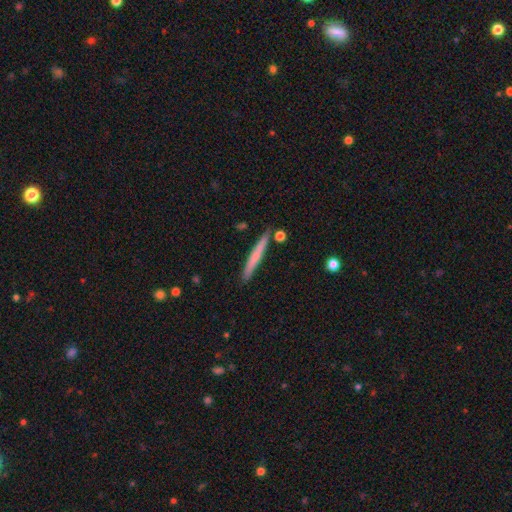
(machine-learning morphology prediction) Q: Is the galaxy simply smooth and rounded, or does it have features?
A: smooth — 58%.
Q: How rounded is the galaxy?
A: cigar-shaped — 96%.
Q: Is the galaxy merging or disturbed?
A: none — 87%.